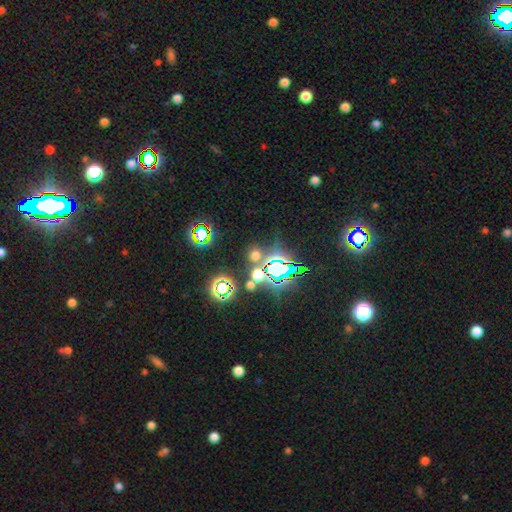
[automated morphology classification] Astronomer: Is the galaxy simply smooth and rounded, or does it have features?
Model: star or artifact — 56% (runner-up: smooth, 37%).